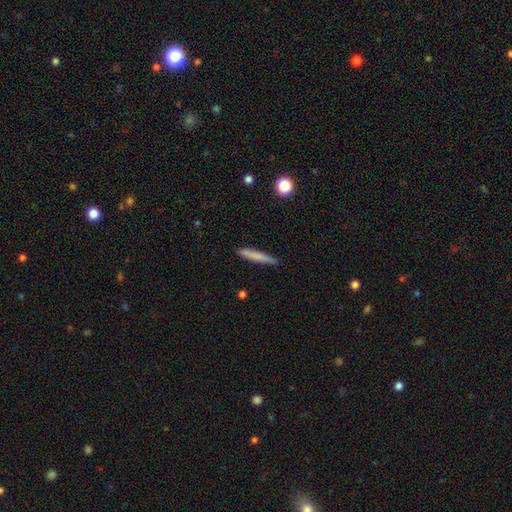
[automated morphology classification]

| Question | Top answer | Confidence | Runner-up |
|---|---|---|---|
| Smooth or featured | smooth | 72% | featured or disk (21%) |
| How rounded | cigar-shaped | 94% | in between (4%) |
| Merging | none | 87% | minor disturbance (10%) |